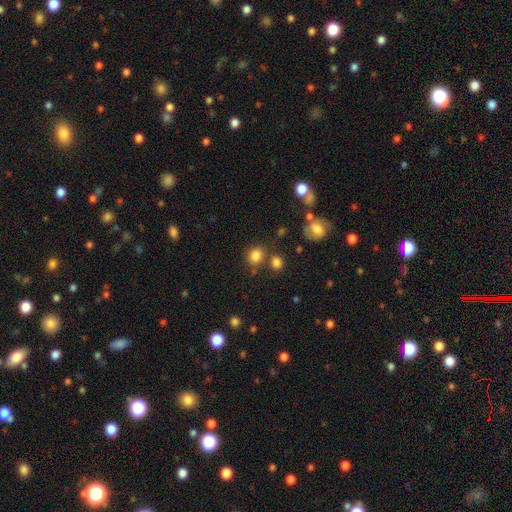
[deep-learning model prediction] A smooth galaxy with no disk features (82%) that is round (70%). Merging: none (71%).